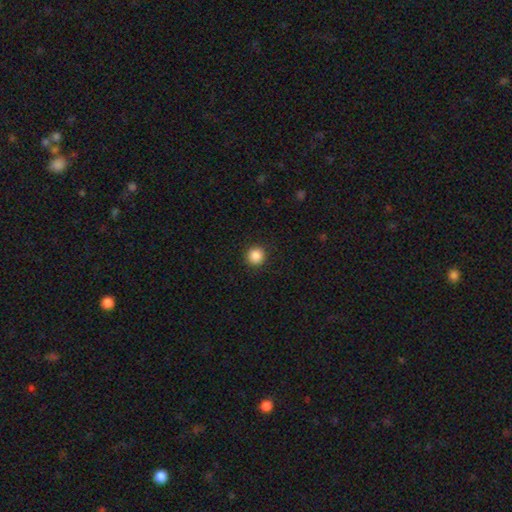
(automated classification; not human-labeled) Smooth or featured? smooth (87%)
How rounded? round (95%)
Merging? none (92%)